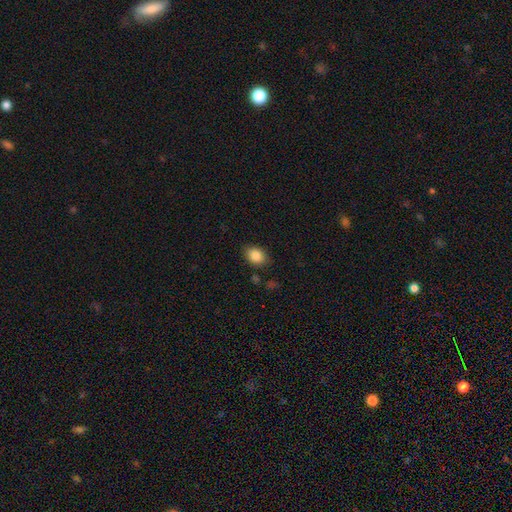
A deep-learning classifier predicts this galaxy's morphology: A smooth galaxy with no disk features (87%) that is in between round and cigar-shaped (70%). Merging: none (81%).